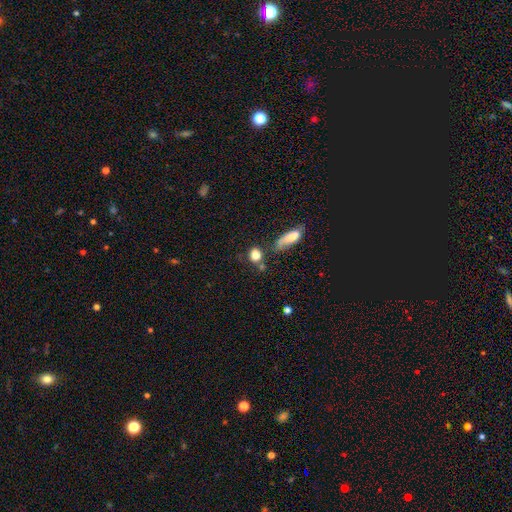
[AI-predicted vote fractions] Smooth or featured: smooth — 81% (star or artifact — 11%)
How rounded: round — 64% (in between — 32%)
Merging: none — 61% (merger — 16%)